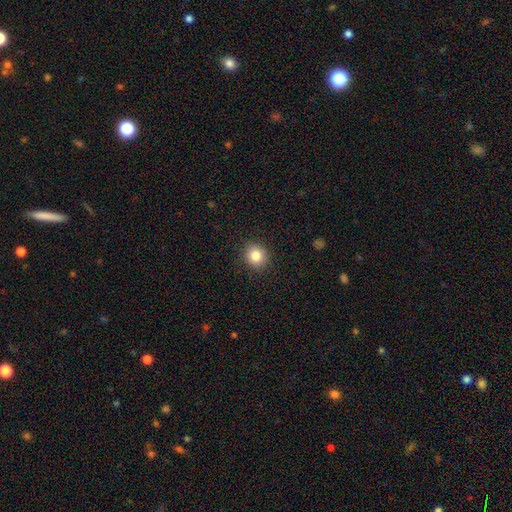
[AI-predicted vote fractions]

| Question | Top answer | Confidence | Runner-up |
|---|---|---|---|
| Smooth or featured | smooth | 83% | star or artifact (10%) |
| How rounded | round | 82% | in between (17%) |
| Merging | none | 90% | minor disturbance (7%) |